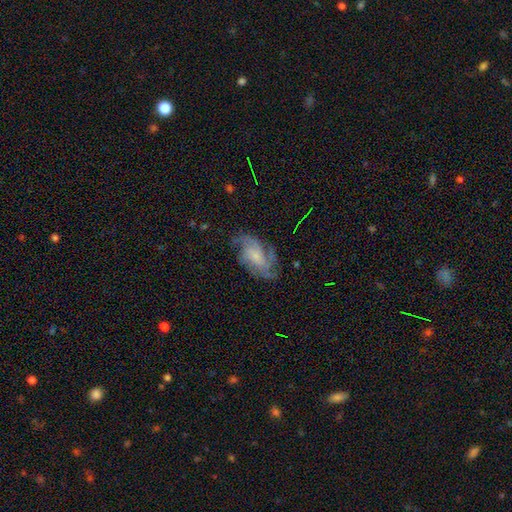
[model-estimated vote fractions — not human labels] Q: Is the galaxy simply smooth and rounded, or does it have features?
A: featured or disk — 81%.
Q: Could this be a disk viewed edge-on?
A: no — 97%.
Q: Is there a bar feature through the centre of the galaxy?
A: no — 62%.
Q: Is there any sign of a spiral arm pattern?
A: yes — 96%.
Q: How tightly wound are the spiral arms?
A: medium — 45%.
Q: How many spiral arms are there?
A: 3 — 29%.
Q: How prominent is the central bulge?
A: small — 57%.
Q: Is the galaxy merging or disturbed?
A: none — 69%.